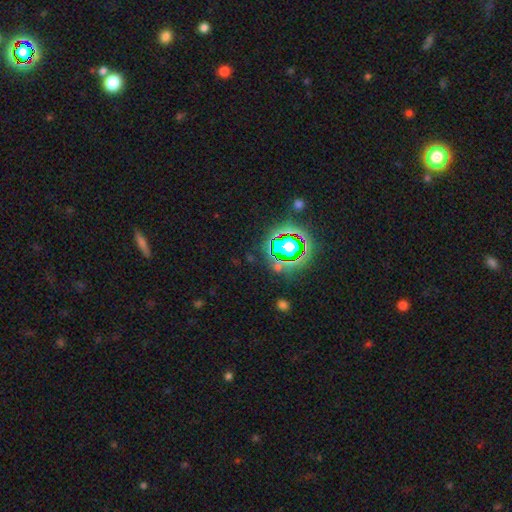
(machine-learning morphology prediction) A star or artifact, not a galaxy (73%).

Vote fractions:
- Smooth or featured? star or artifact: 73% / smooth: 17% / featured or disk: 11%